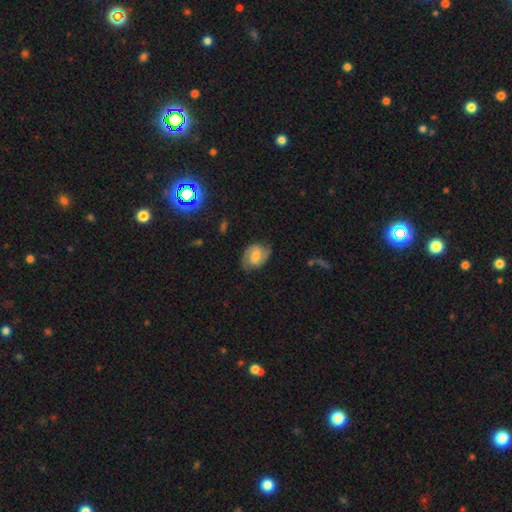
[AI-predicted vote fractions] This is likely a featured or disk galaxy (64%). It is clearly not viewed edge-on (97%). Bar: possibly weak (52%). Spiral arm pattern: clearly yes (91%). Spiral arm count: clearly 2 (88%). Spiral winding: possibly medium (49%). Central bulge: possibly moderate (51%). Merging: likely none (76%).